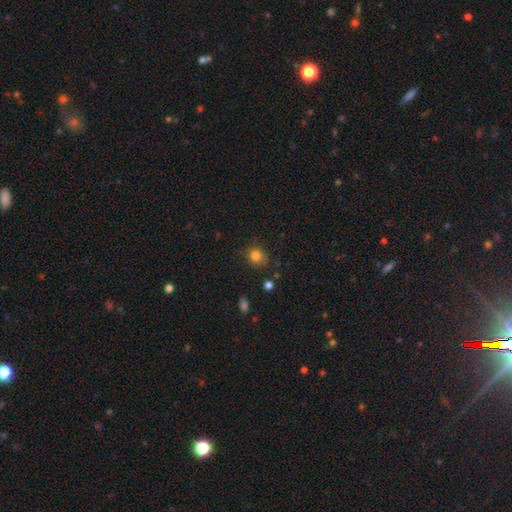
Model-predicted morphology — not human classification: Smooth or featured? smooth (82%)
How rounded? round (74%)
Merging? none (76%)